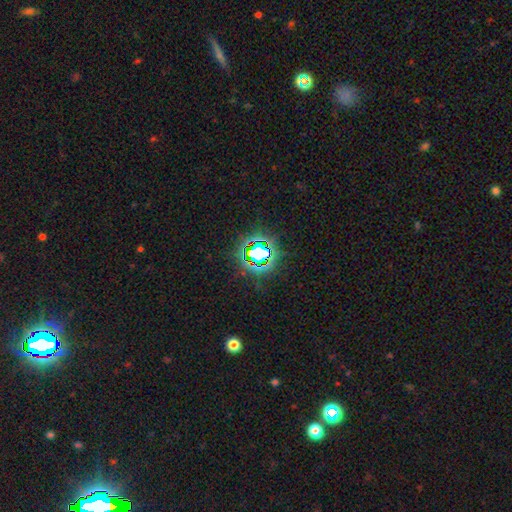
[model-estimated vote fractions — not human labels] This is likely a star or artifact rather than a galaxy (72%).